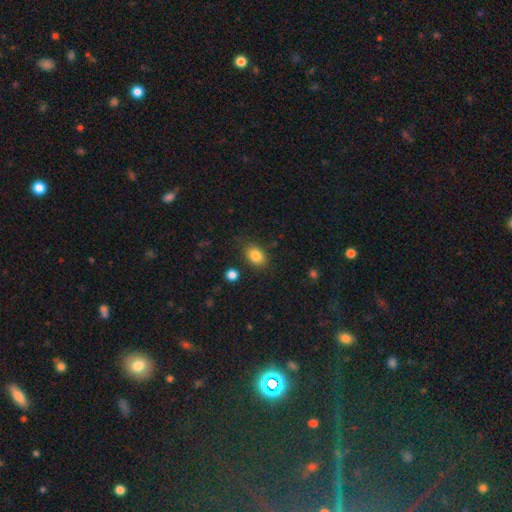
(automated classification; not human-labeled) Smooth or featured?
  - smooth: 84% *
  - star or artifact: 9%
  - featured or disk: 7%
How rounded?
  - in between: 79% *
  - round: 19%
  - cigar-shaped: 1%
Merging?
  - none: 82% *
  - minor disturbance: 13%
  - major disturbance: 3%
  - merger: 3%